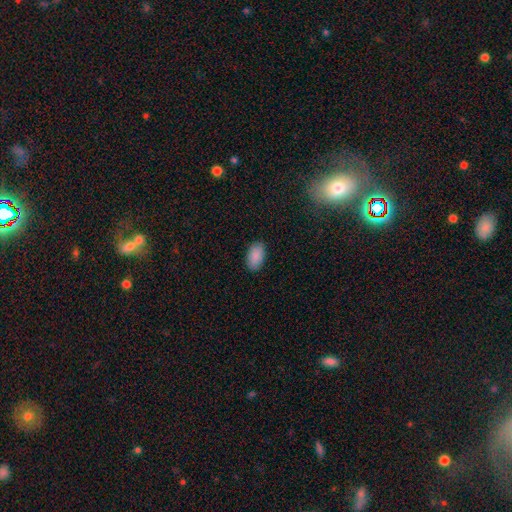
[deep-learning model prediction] Smooth or featured: smooth — 90% (star or artifact — 7%)
How rounded: in between — 94% (round — 4%)
Merging: none — 87% (minor disturbance — 9%)